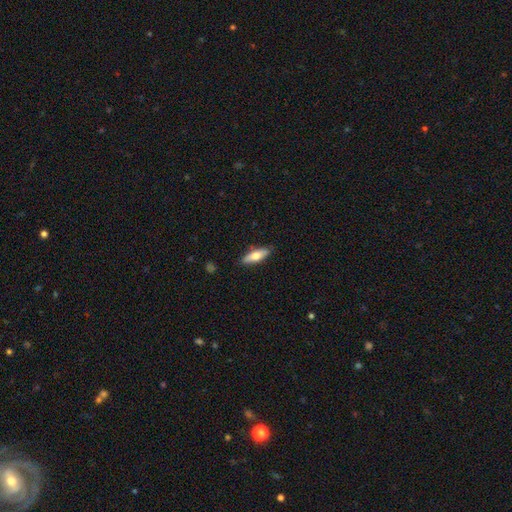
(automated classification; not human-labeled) smooth-or-featured: smooth: 65% | featured or disk: 29% | star or artifact: 6%
  how-rounded: in between: 55% | cigar-shaped: 43% | round: 2%
  merging: none: 85% | minor disturbance: 12% | major disturbance: 2% | merger: 1%